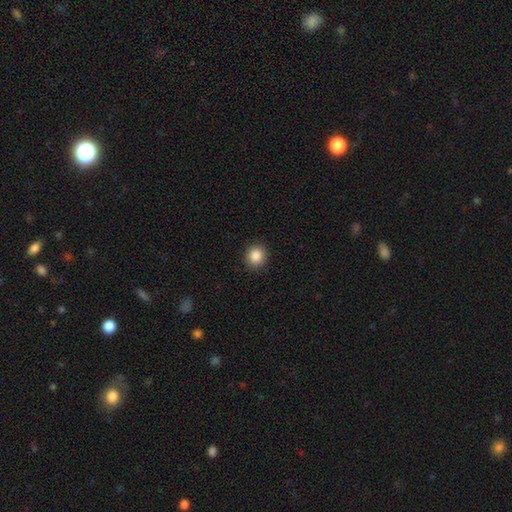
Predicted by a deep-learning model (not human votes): Smooth or featured? smooth (87%)
How rounded? round (85%)
Merging? none (91%)